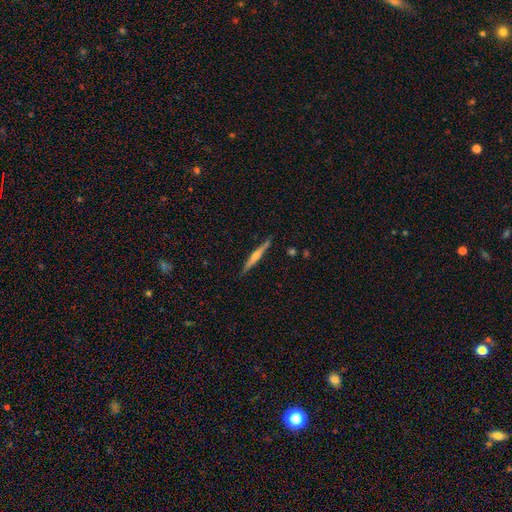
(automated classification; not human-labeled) This is likely a featured or disk galaxy (67%). It is clearly viewed edge-on (98%). Edge-on bulge: likely rounded (79%). Merging: clearly none (89%).